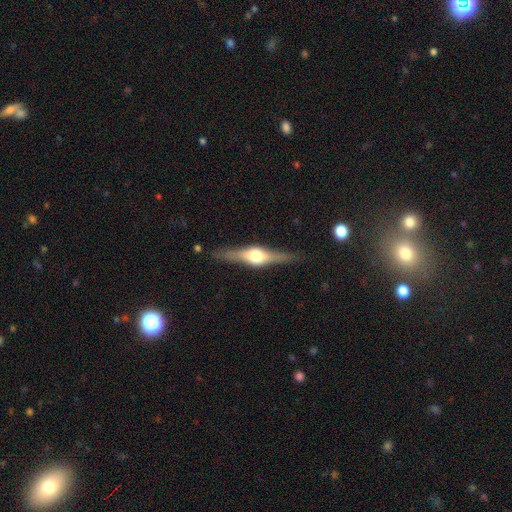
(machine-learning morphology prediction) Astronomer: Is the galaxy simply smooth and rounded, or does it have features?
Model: featured or disk — 78%.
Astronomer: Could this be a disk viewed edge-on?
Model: yes — 97%.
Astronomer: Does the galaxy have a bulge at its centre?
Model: rounded — 93%.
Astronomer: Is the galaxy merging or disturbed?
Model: none — 87%.